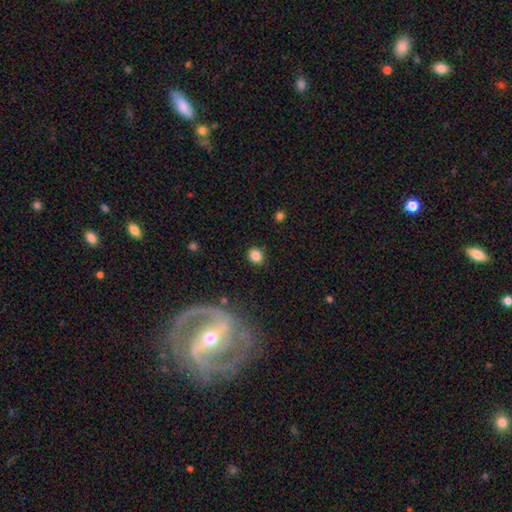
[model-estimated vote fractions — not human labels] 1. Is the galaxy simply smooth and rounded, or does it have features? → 83% smooth, 10% star or artifact, 7% featured or disk.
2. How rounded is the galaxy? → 76% round, 23% in between, 1% cigar-shaped.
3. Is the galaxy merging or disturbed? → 88% none, 8% minor disturbance, 3% major disturbance, 2% merger.